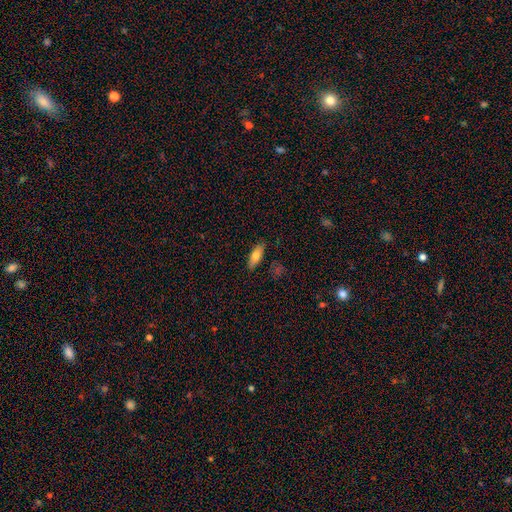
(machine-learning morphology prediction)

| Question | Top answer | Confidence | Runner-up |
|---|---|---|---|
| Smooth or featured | smooth | 74% | featured or disk (19%) |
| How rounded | in between | 65% | cigar-shaped (33%) |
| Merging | none | 86% | minor disturbance (10%) |